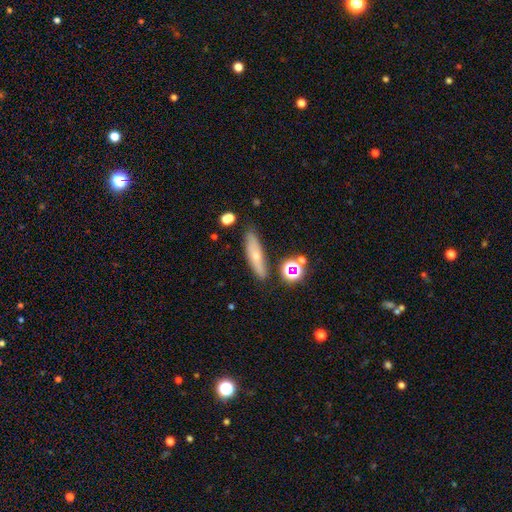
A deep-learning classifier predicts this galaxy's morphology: type=smooth (54%); roundness=cigar-shaped (70%); merging=none (80%).